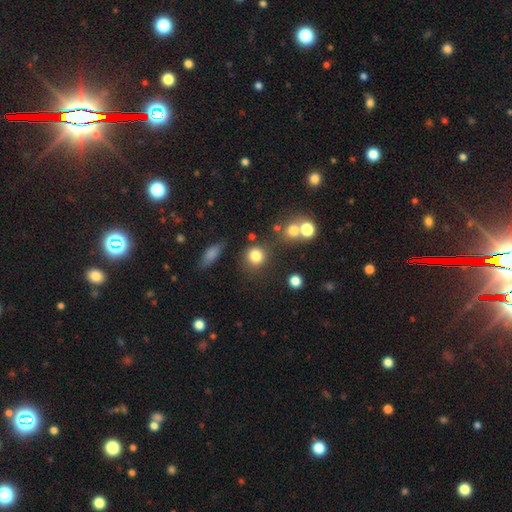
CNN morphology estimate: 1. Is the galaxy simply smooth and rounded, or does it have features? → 80% smooth, 13% star or artifact, 7% featured or disk.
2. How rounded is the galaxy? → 88% round, 11% in between, 1% cigar-shaped.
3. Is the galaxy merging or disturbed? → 75% none, 12% minor disturbance, 9% merger, 5% major disturbance.